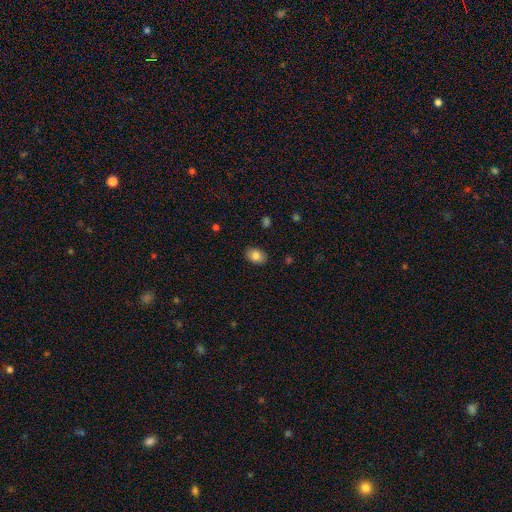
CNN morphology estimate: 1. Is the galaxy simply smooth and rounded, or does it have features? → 85% smooth, 8% star or artifact, 7% featured or disk.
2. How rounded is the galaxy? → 80% in between, 19% round, 1% cigar-shaped.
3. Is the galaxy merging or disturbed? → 87% none, 10% minor disturbance, 2% major disturbance, 1% merger.